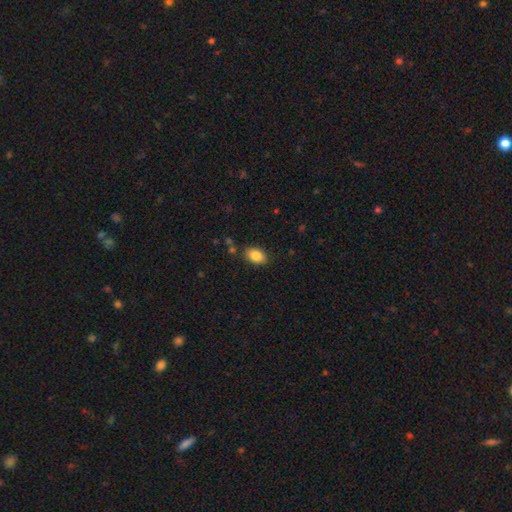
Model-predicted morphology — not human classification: Smooth or featured?
  - smooth: 85% *
  - star or artifact: 8%
  - featured or disk: 6%
How rounded?
  - in between: 84% *
  - round: 15%
  - cigar-shaped: 1%
Merging?
  - none: 82% *
  - minor disturbance: 12%
  - merger: 3%
  - major disturbance: 3%